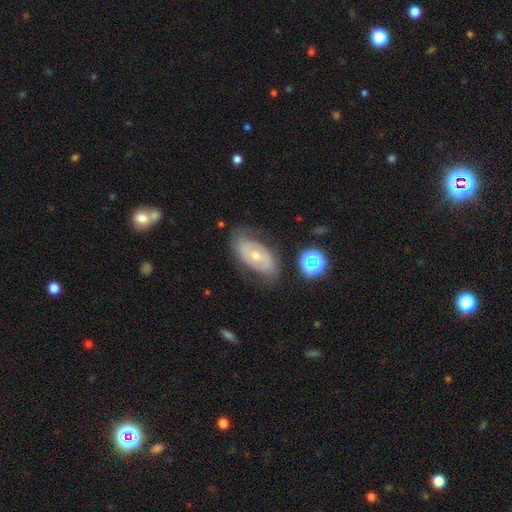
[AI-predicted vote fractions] smooth_or_featured: featured or disk (p=0.67) [alt: smooth p=0.24]
disk_edge_on: no (p=0.92) [alt: yes p=0.08]
bar: no (p=0.61) [alt: weak p=0.28]
has_spiral_arms: yes (p=0.68) [alt: no p=0.32]
bulge_size: small (p=0.50) [alt: moderate p=0.46]
merging: none (p=0.69) [alt: minor disturbance p=0.21]